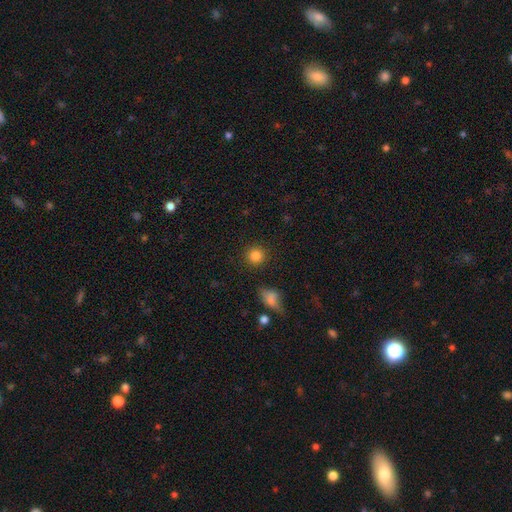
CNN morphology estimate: The model was most divided on "smooth or featured": smooth: 84%, star or artifact: 11%, featured or disk: 5%. More confident: how rounded — round (93%); merging — none (89%).